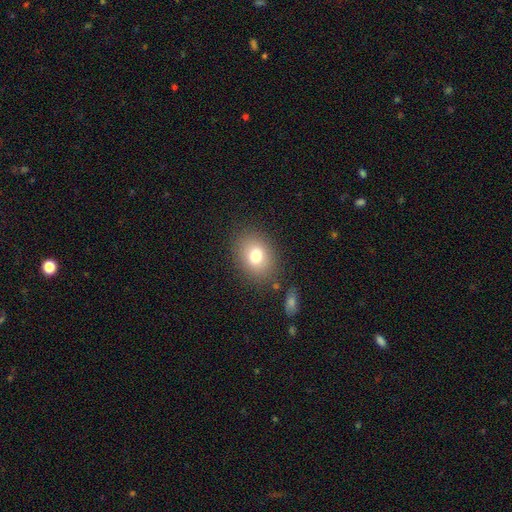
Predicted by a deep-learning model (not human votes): A smooth galaxy with no disk features (76%) that is in between round and cigar-shaped (60%).

Vote fractions:
- Smooth or featured? smooth: 76% / featured or disk: 13% / star or artifact: 11%
- How rounded? in between: 60% / round: 39% / cigar-shaped: 1%
- Merging? none: 81% / minor disturbance: 12% / major disturbance: 5% / merger: 3%